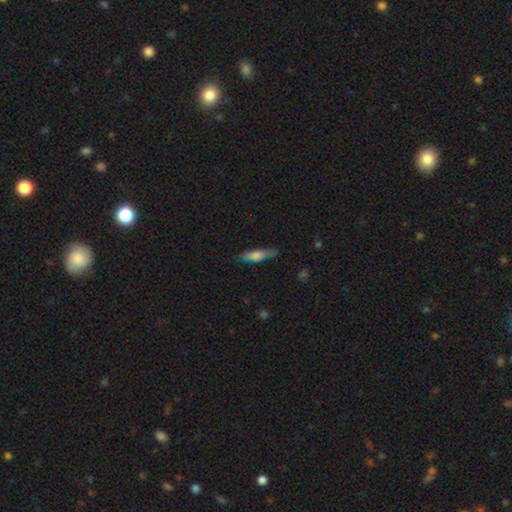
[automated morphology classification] Smooth or featured?
  - smooth: 54% *
  - featured or disk: 38%
  - star or artifact: 8%
How rounded?
  - cigar-shaped: 77% *
  - in between: 21%
  - round: 2%
Merging?
  - none: 76% *
  - minor disturbance: 18%
  - major disturbance: 4%
  - merger: 2%